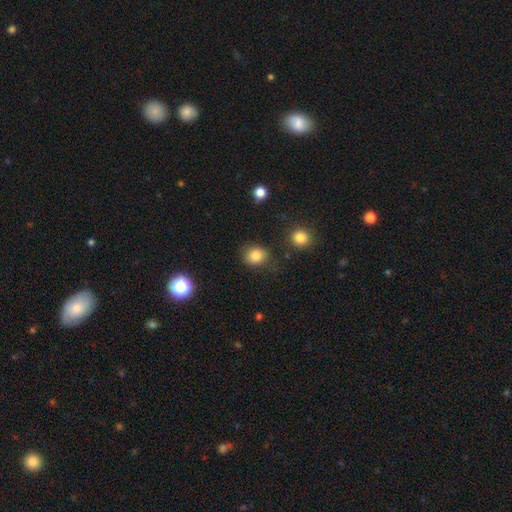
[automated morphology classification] Q: Smooth or featured?
A: smooth (82%); runner-up: star or artifact (12%)
Q: How rounded?
A: round (70%); runner-up: in between (29%)
Q: Merging?
A: none (77%); runner-up: minor disturbance (14%)